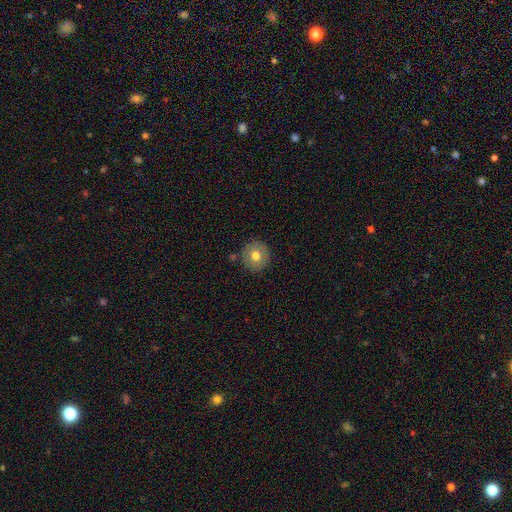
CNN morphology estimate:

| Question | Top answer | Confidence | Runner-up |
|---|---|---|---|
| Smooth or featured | smooth | 76% | featured or disk (15%) |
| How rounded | round | 94% | in between (5%) |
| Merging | none | 87% | minor disturbance (8%) |